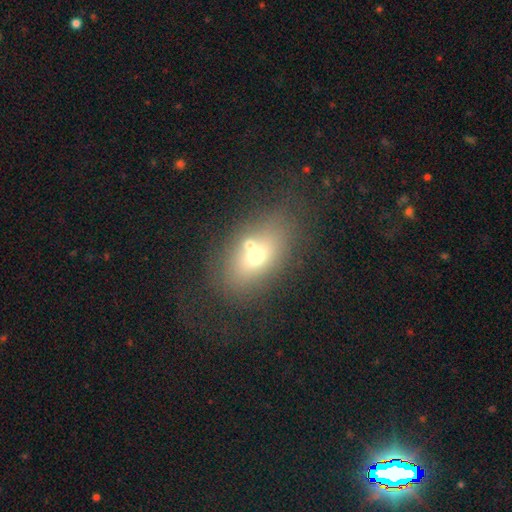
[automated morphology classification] smooth 62%, featured or disk 25%, star or artifact 13%. Down the decision tree: how rounded — in between (78%); merging — none (49%).